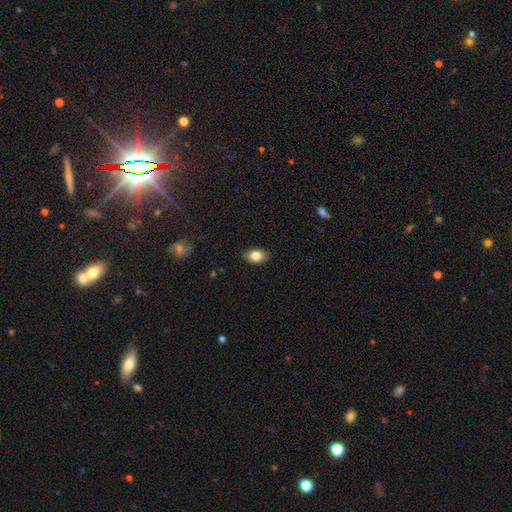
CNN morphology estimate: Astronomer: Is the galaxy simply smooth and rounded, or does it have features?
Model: smooth — 82%.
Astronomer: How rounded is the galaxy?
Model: in between — 87%.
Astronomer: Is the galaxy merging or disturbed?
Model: none — 86%.